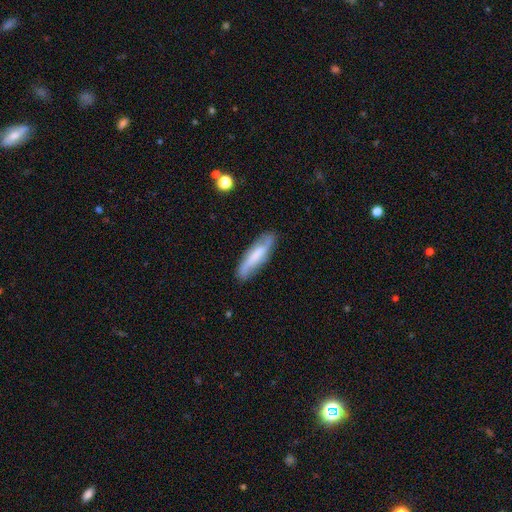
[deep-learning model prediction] smooth-or-featured: featured or disk: 48% | smooth: 45% | star or artifact: 7%
  merging: none: 80% | minor disturbance: 15% | major disturbance: 3% | merger: 2%